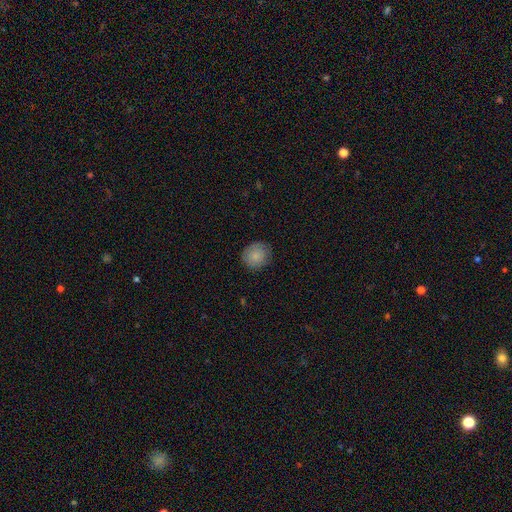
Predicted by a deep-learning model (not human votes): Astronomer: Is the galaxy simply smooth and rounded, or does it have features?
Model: smooth — 81%.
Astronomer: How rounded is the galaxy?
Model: round — 84%.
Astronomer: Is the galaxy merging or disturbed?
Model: none — 82%.